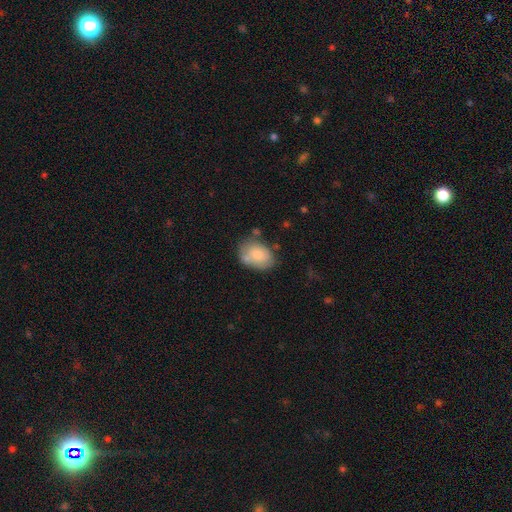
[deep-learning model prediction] Smooth or featured?
  - smooth: 76% *
  - featured or disk: 17%
  - star or artifact: 7%
How rounded?
  - in between: 77% *
  - round: 22%
  - cigar-shaped: 1%
Merging?
  - none: 57% *
  - minor disturbance: 23%
  - merger: 13%
  - major disturbance: 7%